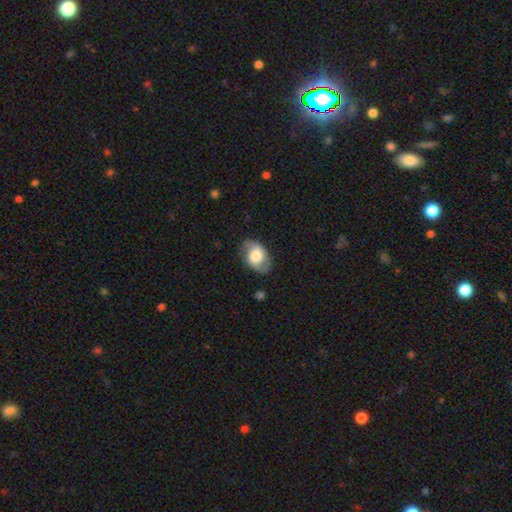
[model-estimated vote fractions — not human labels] This appears to be a smooth galaxy with no disk features (49%). Merging: none (78%).